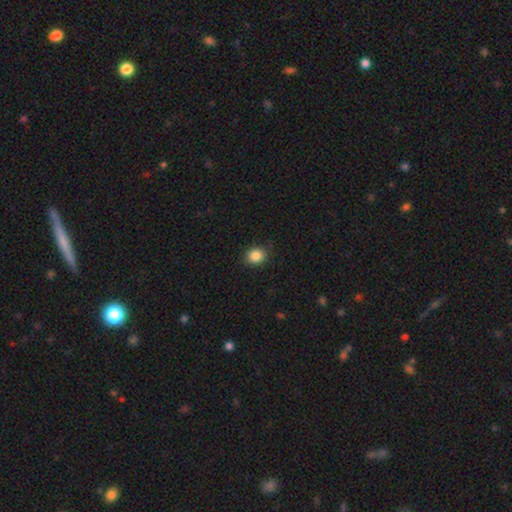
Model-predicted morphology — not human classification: A smooth galaxy with no disk features (86%) that is round (69%).

Vote fractions:
- Smooth or featured? smooth: 86% / star or artifact: 10% / featured or disk: 4%
- How rounded? round: 69% / in between: 30% / cigar-shaped: 1%
- Merging? none: 88% / minor disturbance: 9% / major disturbance: 2% / merger: 1%